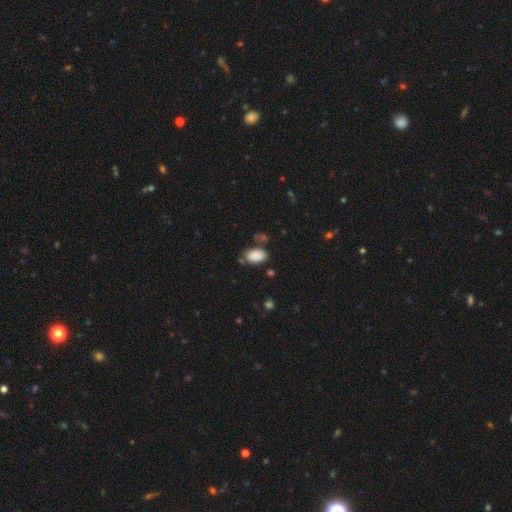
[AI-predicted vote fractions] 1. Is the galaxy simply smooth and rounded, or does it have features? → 87% smooth, 8% star or artifact, 5% featured or disk.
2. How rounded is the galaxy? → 92% in between, 6% round, 1% cigar-shaped.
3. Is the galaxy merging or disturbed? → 68% none, 18% minor disturbance, 9% merger, 5% major disturbance.